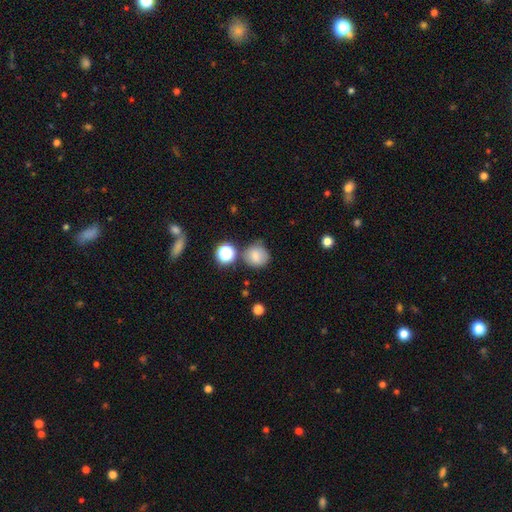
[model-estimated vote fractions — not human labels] Morphology: type=smooth (77%); roundness=round (84%); merging=none (65%).